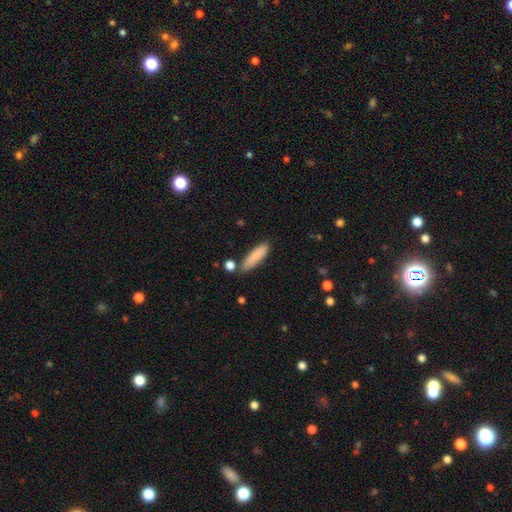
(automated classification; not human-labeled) smooth-or-featured: smooth: 84% | featured or disk: 9% | star or artifact: 7%
  how-rounded: cigar-shaped: 66% | in between: 32% | round: 2%
  merging: none: 76% | minor disturbance: 15% | merger: 5% | major disturbance: 3%